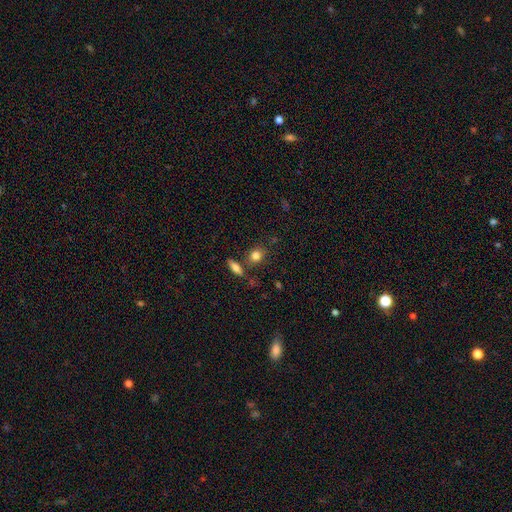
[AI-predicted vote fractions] This is clearly a smooth galaxy (81%). How rounded: likely round (60%). Merging: likely none (71%).